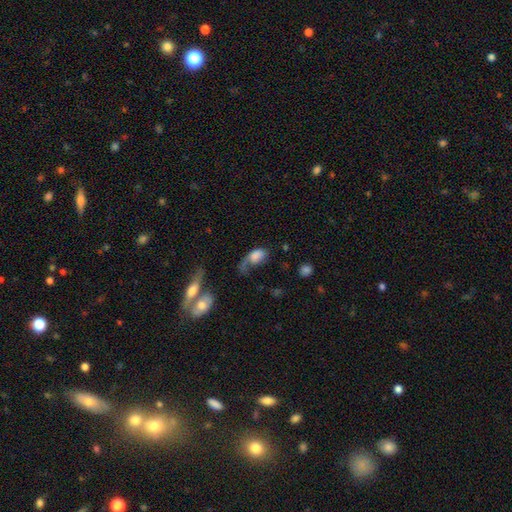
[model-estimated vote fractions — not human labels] smooth-or-featured: smooth: 68% | featured or disk: 23% | star or artifact: 8%
  how-rounded: in between: 88% | round: 9% | cigar-shaped: 3%
  merging: major disturbance: 44% | none: 23% | minor disturbance: 23% | merger: 10%